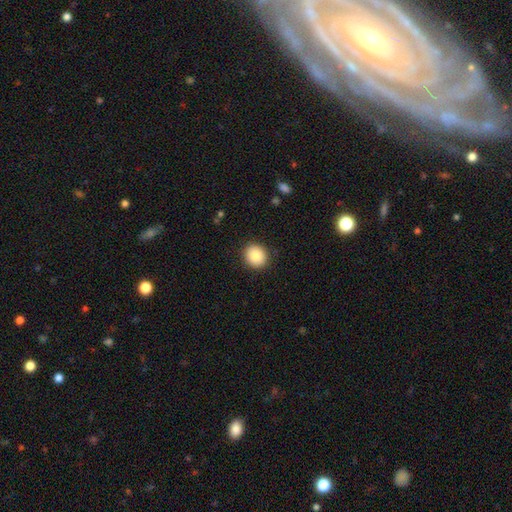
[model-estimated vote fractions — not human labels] Smooth or featured?
  - smooth: 86% *
  - star or artifact: 8%
  - featured or disk: 5%
How rounded?
  - round: 80% *
  - in between: 19%
  - cigar-shaped: 1%
Merging?
  - none: 90% *
  - minor disturbance: 7%
  - major disturbance: 2%
  - merger: 1%